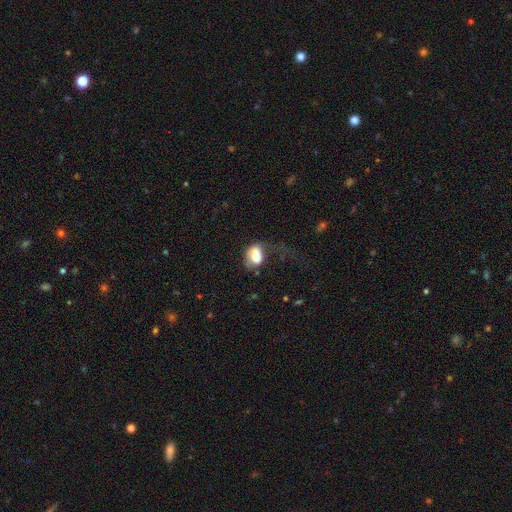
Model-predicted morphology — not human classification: Q: Smooth or featured?
A: smooth (73%); runner-up: featured or disk (18%)
Q: How rounded?
A: in between (78%); runner-up: round (21%)
Q: Merging?
A: major disturbance (46%); runner-up: minor disturbance (24%)